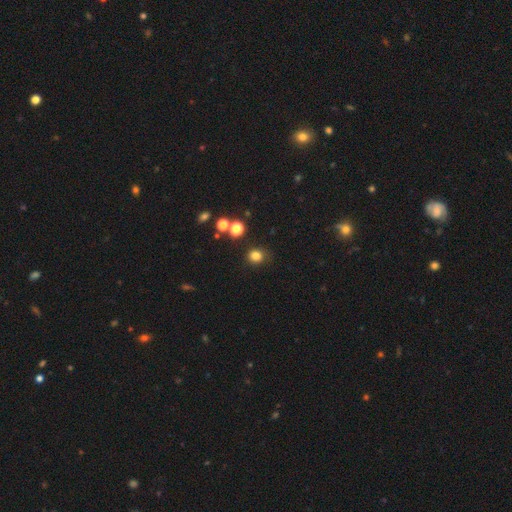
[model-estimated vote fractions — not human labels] Smooth or featured?
  - smooth: 80% *
  - star or artifact: 15%
  - featured or disk: 5%
How rounded?
  - round: 84% *
  - in between: 15%
  - cigar-shaped: 1%
Merging?
  - none: 84% *
  - minor disturbance: 9%
  - merger: 4%
  - major disturbance: 3%